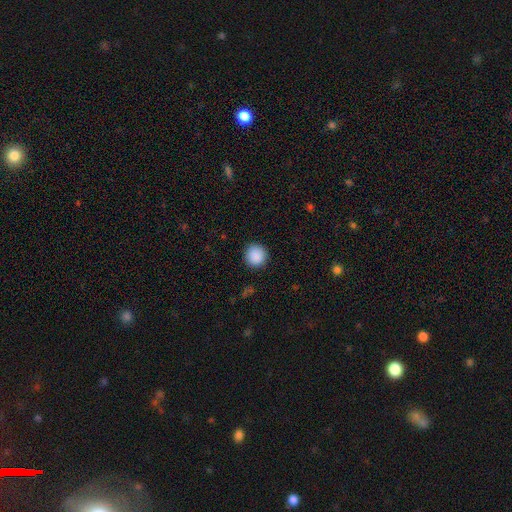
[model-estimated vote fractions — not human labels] Smooth or featured?
  - smooth: 89% *
  - star or artifact: 8%
  - featured or disk: 2%
How rounded?
  - round: 93% *
  - in between: 6%
  - cigar-shaped: 1%
Merging?
  - none: 91% *
  - minor disturbance: 6%
  - major disturbance: 2%
  - merger: 1%